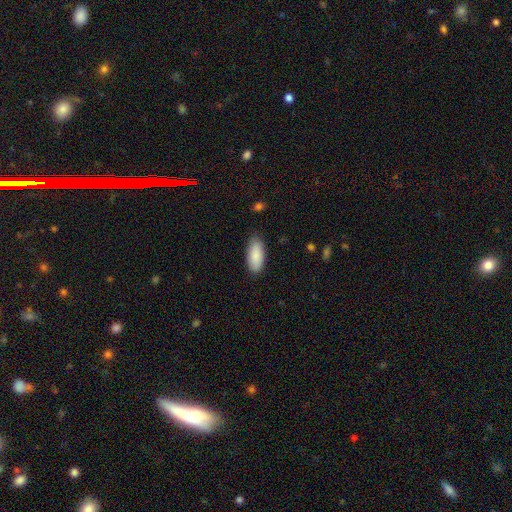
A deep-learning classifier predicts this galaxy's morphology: smooth_or_featured: smooth (p=0.88) [alt: star or artifact p=0.06]
how_rounded: in between (p=0.88) [alt: cigar-shaped p=0.10]
merging: none (p=0.83) [alt: minor disturbance p=0.13]